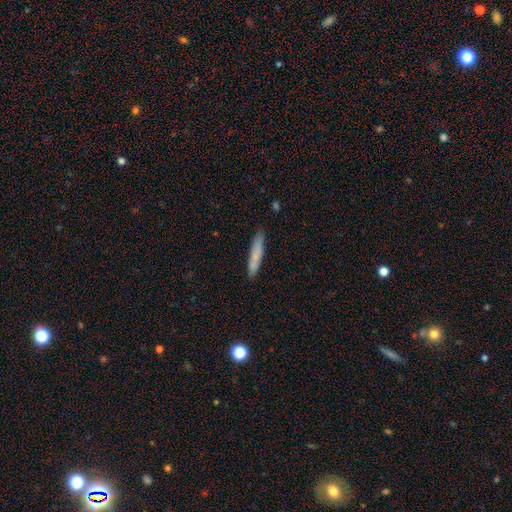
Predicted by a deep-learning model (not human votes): Overall: smooth (74%). How rounded: cigar-shaped (92%). Merging: none (85%).